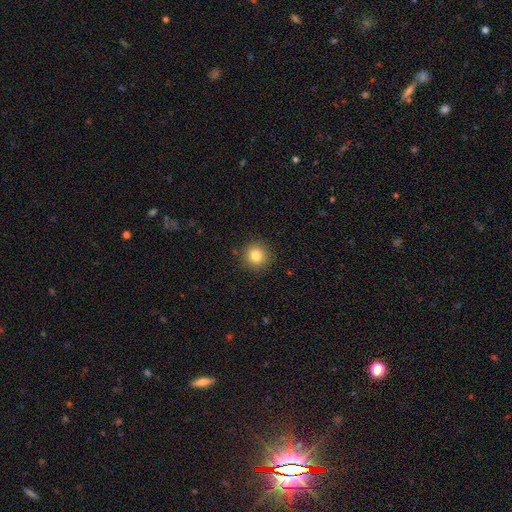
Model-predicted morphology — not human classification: This appears to be a smooth galaxy with no disk features (83%) that is round (93%). Merging: none (90%).